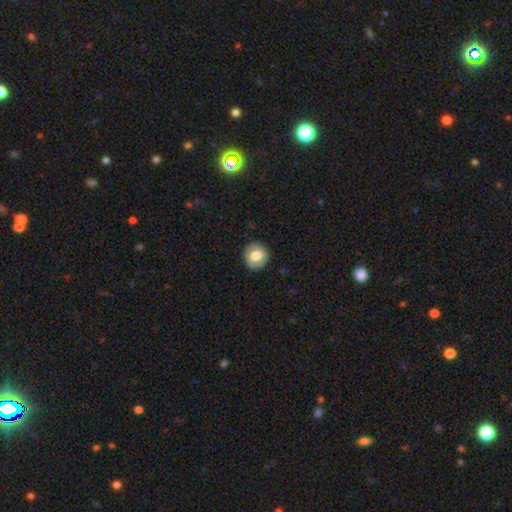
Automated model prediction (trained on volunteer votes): This is likely a smooth galaxy (71%). How rounded: clearly round (89%). Merging: clearly none (90%).